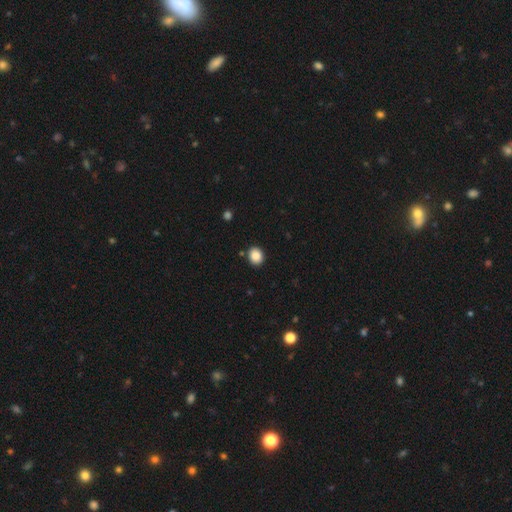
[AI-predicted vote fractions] Q: Smooth or featured?
A: smooth (87%); runner-up: star or artifact (9%)
Q: How rounded?
A: round (57%); runner-up: in between (42%)
Q: Merging?
A: none (88%); runner-up: minor disturbance (8%)